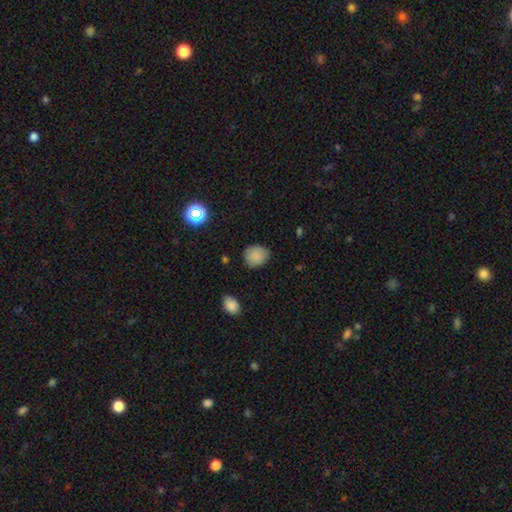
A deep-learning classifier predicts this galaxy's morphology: smooth_or_featured: smooth (p=0.85) [alt: star or artifact p=0.09]
how_rounded: round (p=0.67) [alt: in between p=0.32]
merging: none (p=0.79) [alt: minor disturbance p=0.16]